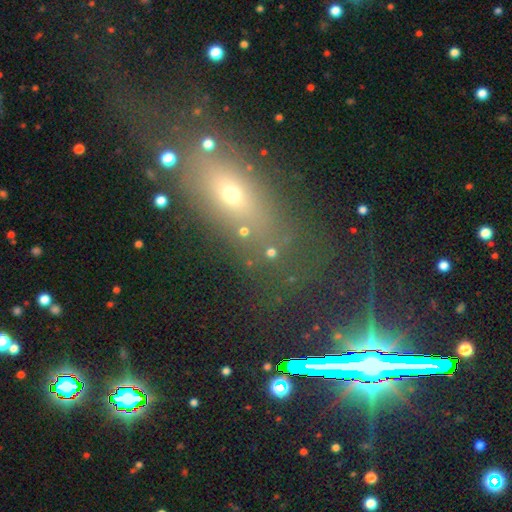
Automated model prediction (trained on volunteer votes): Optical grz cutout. It shows a smooth galaxy with no disk features (45%). Merging: none (72%).